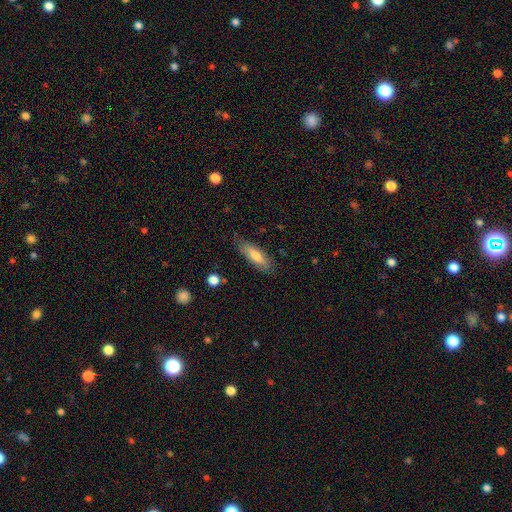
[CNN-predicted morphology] Smooth or featured? Predicted: smooth (p=0.72). How rounded? Predicted: cigar-shaped (p=0.51). Merging? Predicted: none (p=0.79).